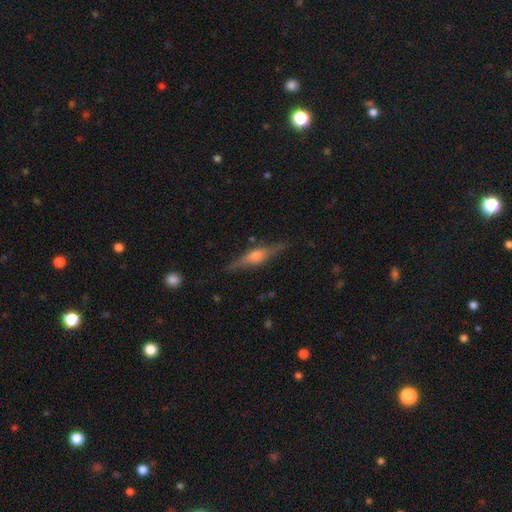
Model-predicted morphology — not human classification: Overall: featured or disk (72%). Edge-on disk: yes (96%). Edge-on bulge: rounded (83%). Merging: none (84%).